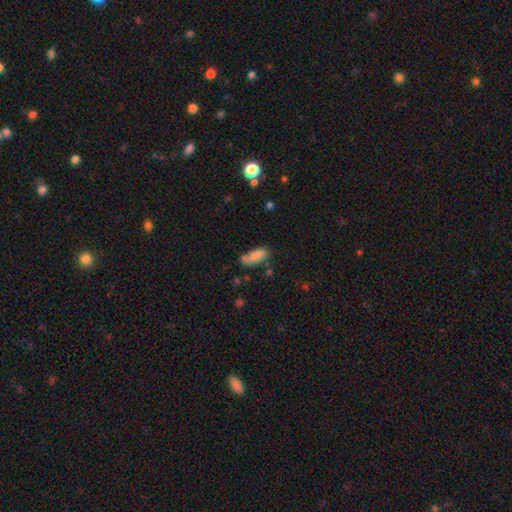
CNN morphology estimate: This appears to be a smooth galaxy with no disk features (80%) that is in between round and cigar-shaped (77%). Merging: none (56%).